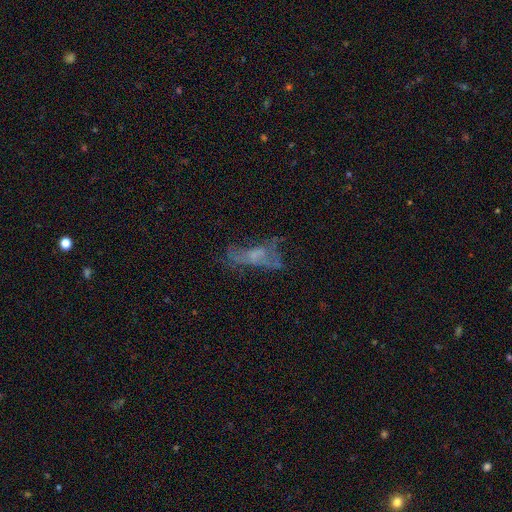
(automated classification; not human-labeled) The model was most divided on "merging": none: 42%, major disturbance: 33%, minor disturbance: 19%, merger: 7%. Remaining: smooth or featured — featured or disk (50%).